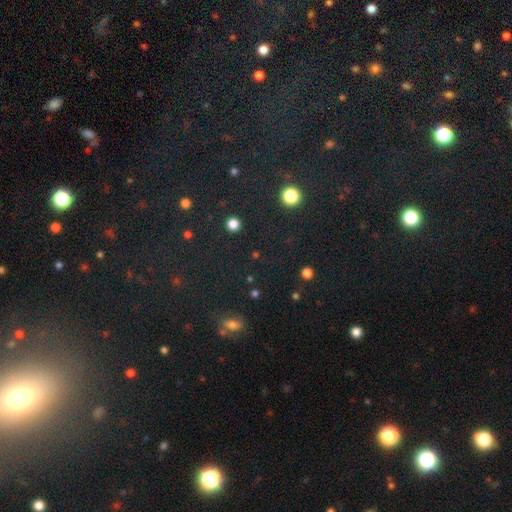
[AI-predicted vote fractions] smooth-or-featured: star or artifact: 57% | smooth: 31% | featured or disk: 12%